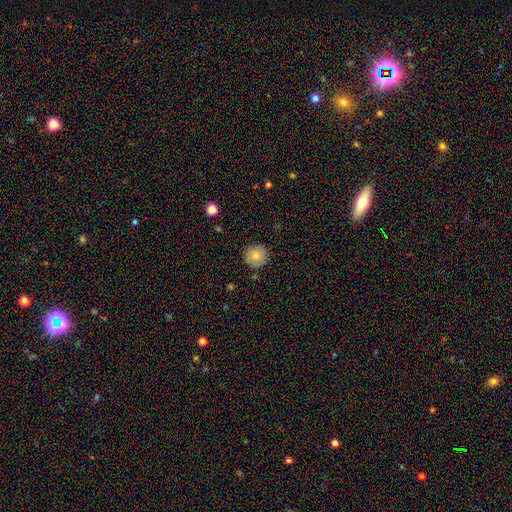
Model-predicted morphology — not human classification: Smooth or featured? Predicted: smooth (p=0.78). How rounded? Predicted: round (p=0.94). Merging? Predicted: none (p=0.86).